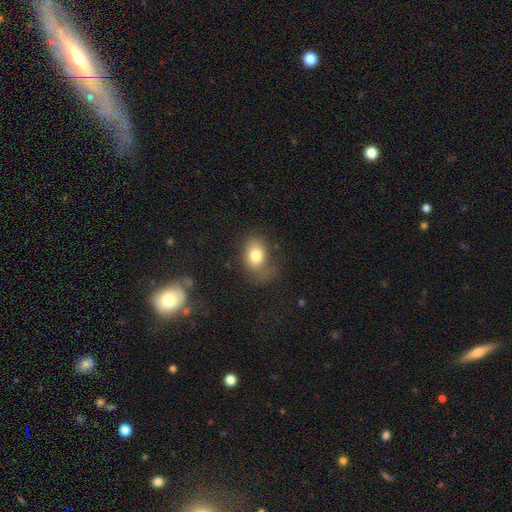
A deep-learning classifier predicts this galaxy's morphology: A smooth galaxy with no disk features (79%) that is in between round and cigar-shaped (76%). Merging: none (48%).